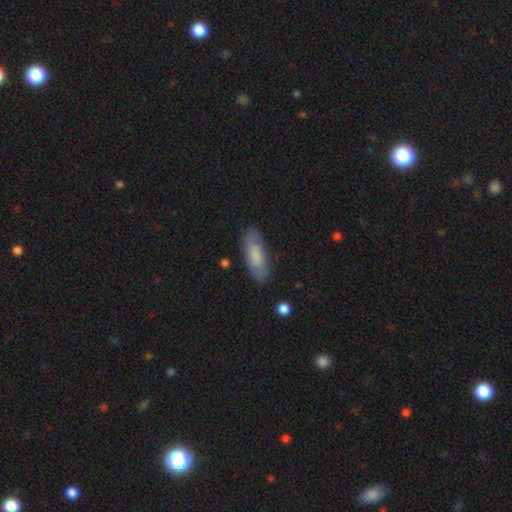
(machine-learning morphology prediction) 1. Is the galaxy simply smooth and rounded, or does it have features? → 77% smooth, 17% featured or disk, 6% star or artifact.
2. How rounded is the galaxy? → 71% in between, 28% cigar-shaped, 2% round.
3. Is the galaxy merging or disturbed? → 80% none, 15% minor disturbance, 3% major disturbance, 2% merger.